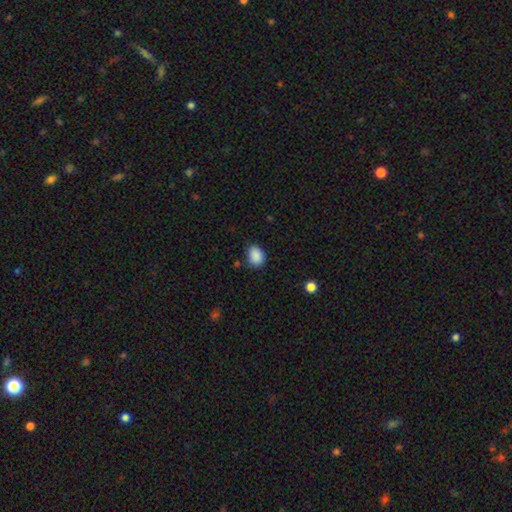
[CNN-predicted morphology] A smooth galaxy with no disk features (89%) that is in between round and cigar-shaped (64%). Merging: none (80%).